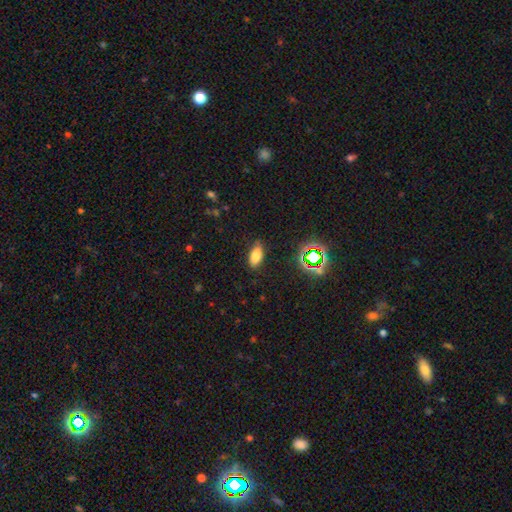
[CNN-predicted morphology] A smooth galaxy with no disk features (75%) that is in between round and cigar-shaped (87%).

Vote fractions:
- Smooth or featured? smooth: 75% / star or artifact: 15% / featured or disk: 10%
- How rounded? in between: 87% / cigar-shaped: 8% / round: 4%
- Merging? none: 82% / minor disturbance: 13% / major disturbance: 3% / merger: 1%